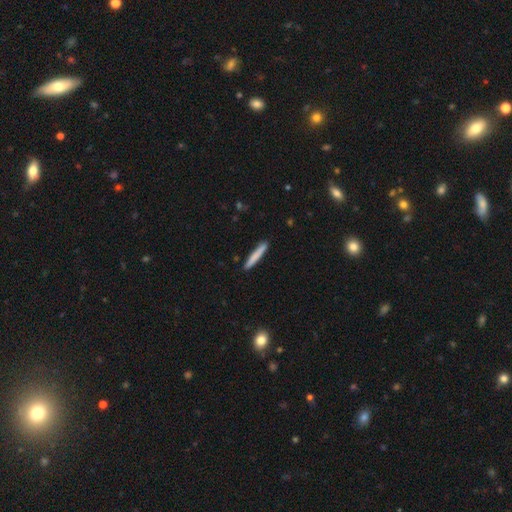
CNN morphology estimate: Smooth or featured? smooth (79%)
How rounded? cigar-shaped (96%)
Merging? none (90%)